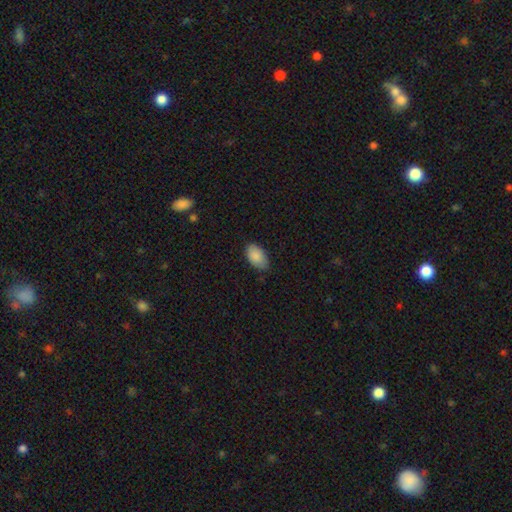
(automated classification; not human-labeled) Smooth or featured? smooth (89%)
How rounded? in between (94%)
Merging? none (78%)